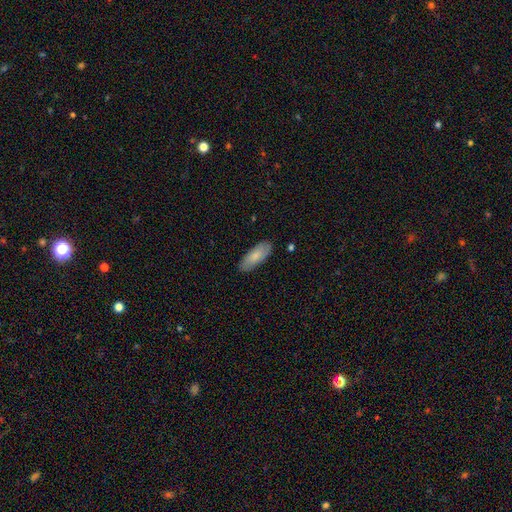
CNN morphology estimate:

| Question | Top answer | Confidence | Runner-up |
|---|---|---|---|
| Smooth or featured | smooth | 78% | featured or disk (16%) |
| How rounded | in between | 76% | cigar-shaped (23%) |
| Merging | none | 85% | minor disturbance (12%) |